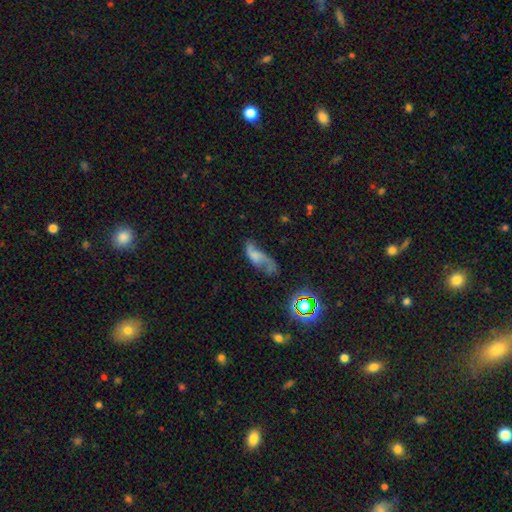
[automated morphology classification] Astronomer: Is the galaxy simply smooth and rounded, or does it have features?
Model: featured or disk — 46% (runner-up: smooth, 41%).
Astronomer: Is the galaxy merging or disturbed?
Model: major disturbance — 34% (runner-up: none, 32%).